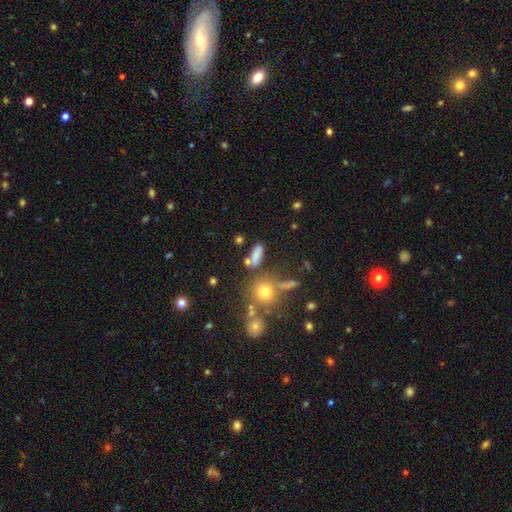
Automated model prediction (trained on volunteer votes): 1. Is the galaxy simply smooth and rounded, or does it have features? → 75% smooth, 15% star or artifact, 11% featured or disk.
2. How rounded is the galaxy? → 59% in between, 30% cigar-shaped, 11% round.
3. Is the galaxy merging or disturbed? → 61% none, 16% merger, 15% minor disturbance, 7% major disturbance.